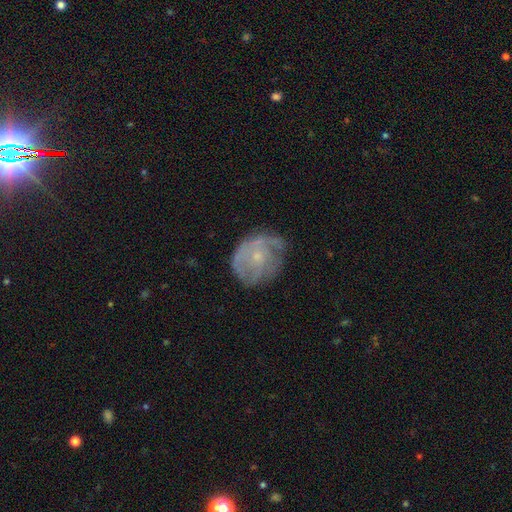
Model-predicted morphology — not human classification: Smooth or featured? Predicted: featured or disk (p=0.66). Edge-on disk? Predicted: no (p=0.97). Bar? Predicted: no (p=0.82). Spiral arms? Predicted: yes (p=0.73). Bulge size? Predicted: small (p=0.72). Merging? Predicted: none (p=0.60).